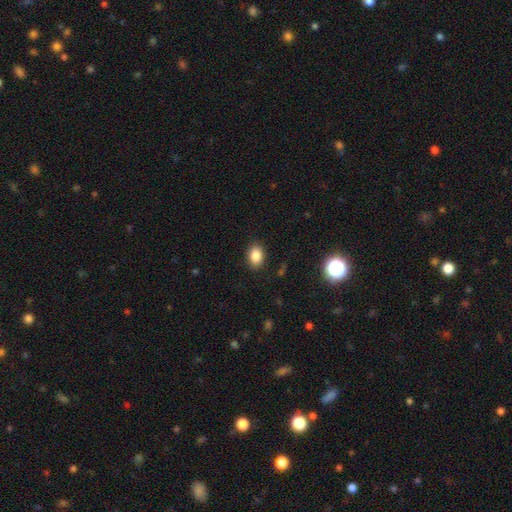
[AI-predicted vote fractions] Overall: smooth (86%). How rounded: in between (78%). Merging: none (87%).